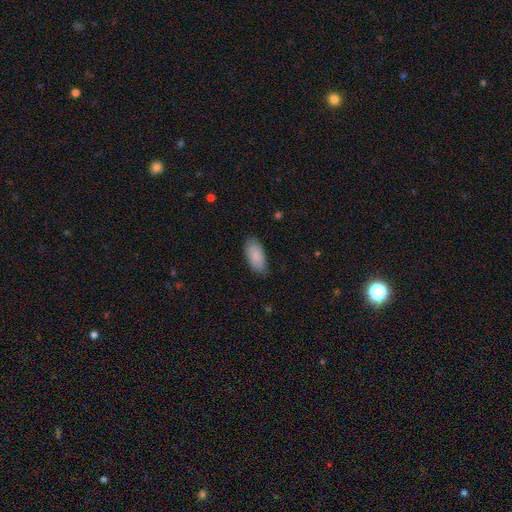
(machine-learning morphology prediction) This is clearly a smooth galaxy (86%). How rounded: clearly in between (92%). Merging: clearly none (80%).